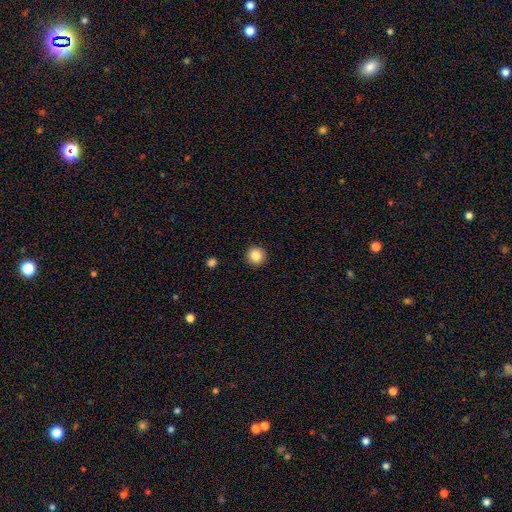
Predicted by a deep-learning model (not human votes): Overall: smooth (85%). How rounded: round (95%). Merging: none (93%).